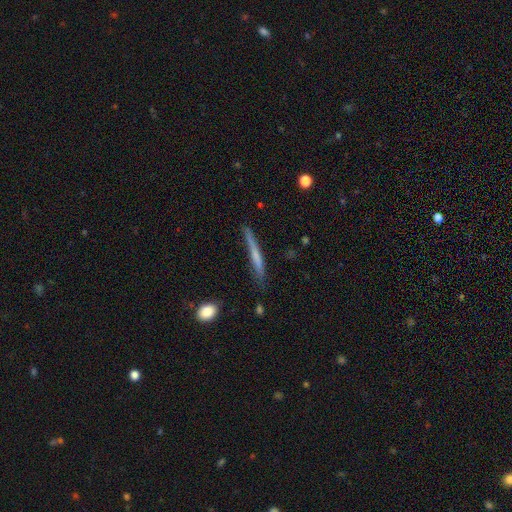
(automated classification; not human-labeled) smooth-or-featured: smooth: 51% | featured or disk: 43% | star or artifact: 7%
  how-rounded: cigar-shaped: 96% | in between: 3% | round: 2%
  merging: none: 76% | minor disturbance: 18% | major disturbance: 4% | merger: 2%